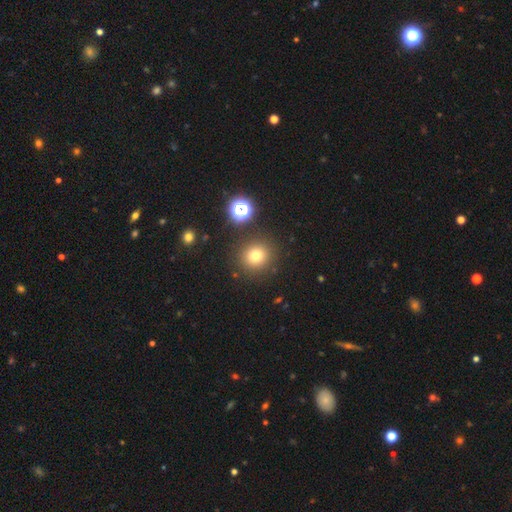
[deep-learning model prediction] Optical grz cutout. It shows a smooth galaxy with no disk features (76%) that is round (91%). Merging: none (87%).